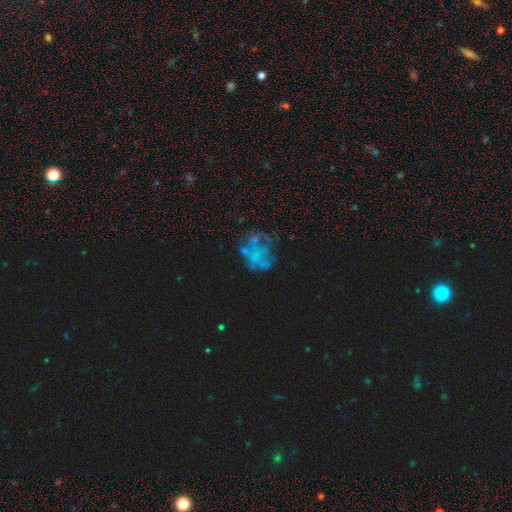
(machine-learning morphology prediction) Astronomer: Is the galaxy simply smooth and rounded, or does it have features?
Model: featured or disk — 53%.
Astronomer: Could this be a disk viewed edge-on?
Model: no — 98%.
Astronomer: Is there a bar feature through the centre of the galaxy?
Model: no — 94%.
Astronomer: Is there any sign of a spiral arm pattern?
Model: no — 90%.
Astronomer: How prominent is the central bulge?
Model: none — 84%.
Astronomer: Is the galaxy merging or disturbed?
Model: none — 51%.